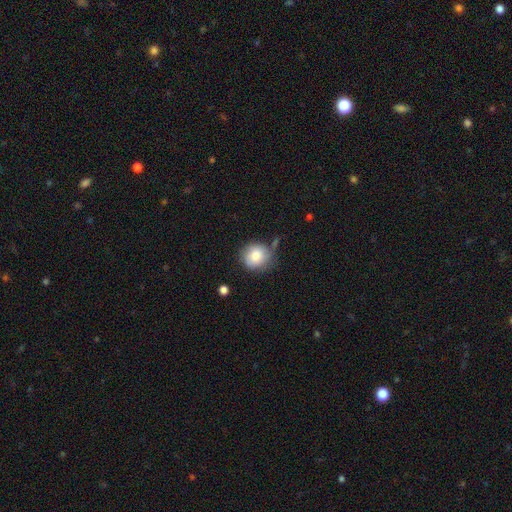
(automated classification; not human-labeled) Q: Smooth or featured?
A: smooth (80%); runner-up: featured or disk (12%)
Q: How rounded?
A: round (85%); runner-up: in between (14%)
Q: Merging?
A: none (65%); runner-up: minor disturbance (22%)